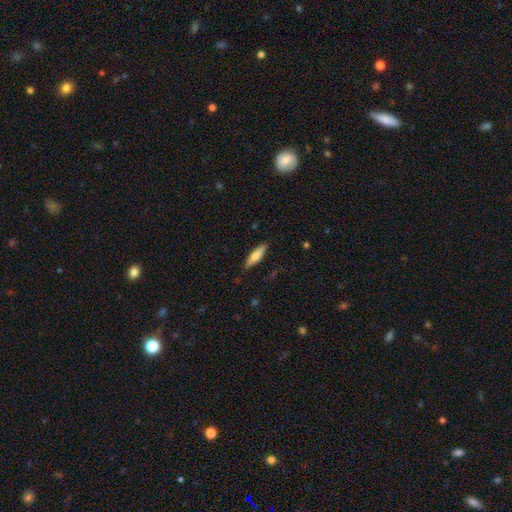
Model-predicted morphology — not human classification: Overall: smooth (63%; featured or disk 31%). How rounded: cigar-shaped (70%). Merging: none (87%).